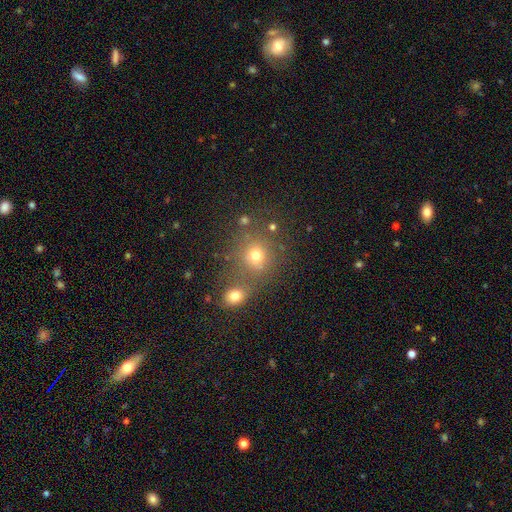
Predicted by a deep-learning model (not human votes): Smooth or featured: smooth — 72% (star or artifact — 19%)
How rounded: round — 82% (in between — 17%)
Merging: none — 58% (merger — 28%)